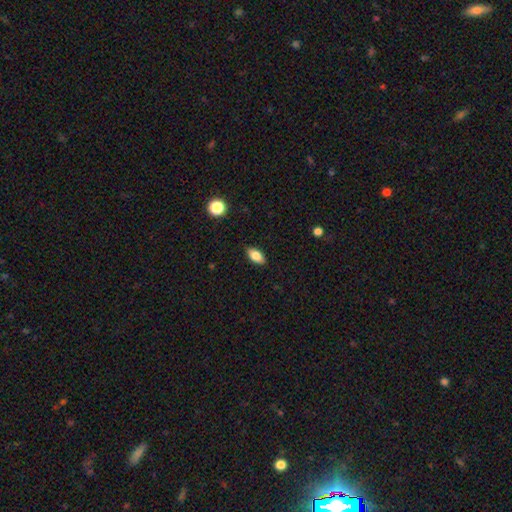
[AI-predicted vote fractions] This appears to be a smooth galaxy with no disk features (83%) that is in between round and cigar-shaped (90%). Merging: none (88%).